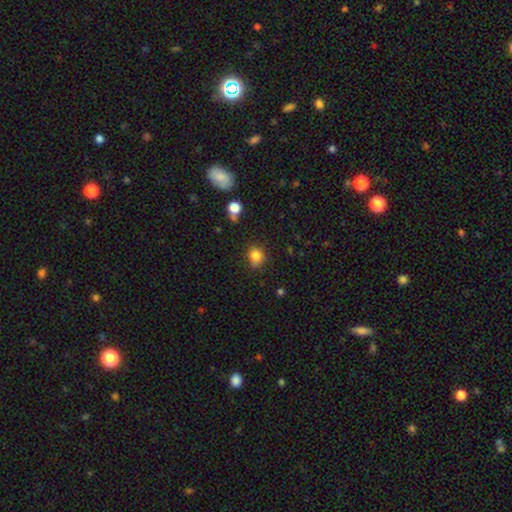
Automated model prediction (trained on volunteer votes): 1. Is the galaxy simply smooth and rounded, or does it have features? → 82% smooth, 12% star or artifact, 6% featured or disk.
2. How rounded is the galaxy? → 69% round, 30% in between, 1% cigar-shaped.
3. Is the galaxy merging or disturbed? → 65% none, 25% minor disturbance, 6% major disturbance, 4% merger.